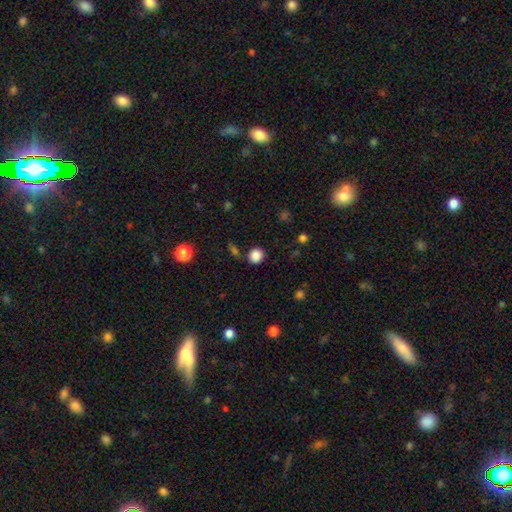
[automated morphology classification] smooth-or-featured: smooth: 86% | star or artifact: 10% | featured or disk: 4%
  how-rounded: round: 83% | in between: 16% | cigar-shaped: 1%
  merging: none: 83% | minor disturbance: 9% | merger: 5% | major disturbance: 3%